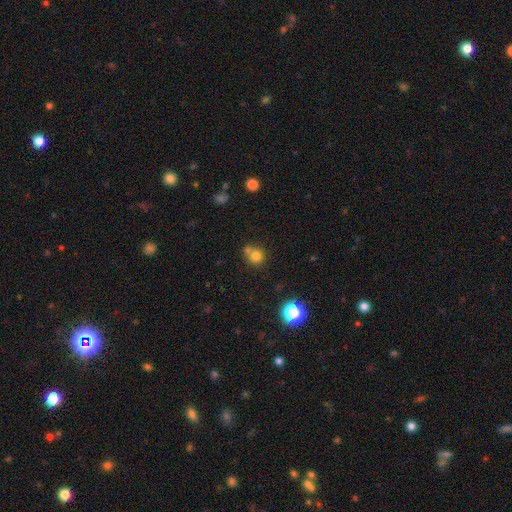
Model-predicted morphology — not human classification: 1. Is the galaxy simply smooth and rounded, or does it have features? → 76% smooth, 15% star or artifact, 9% featured or disk.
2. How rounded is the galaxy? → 88% round, 11% in between, 1% cigar-shaped.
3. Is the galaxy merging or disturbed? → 54% none, 33% merger, 9% minor disturbance, 4% major disturbance.